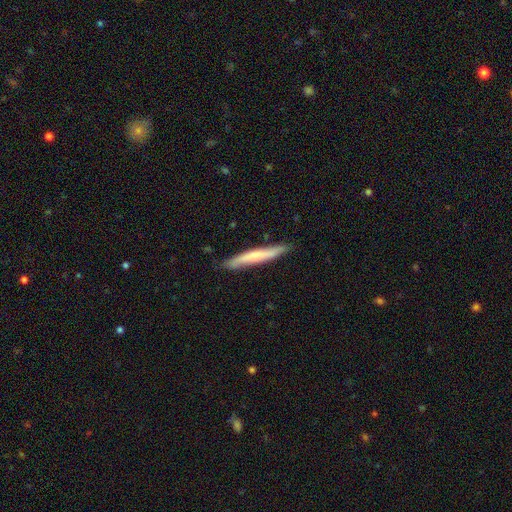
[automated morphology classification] type=smooth (60%); roundness=cigar-shaped (95%); merging=none (84%).